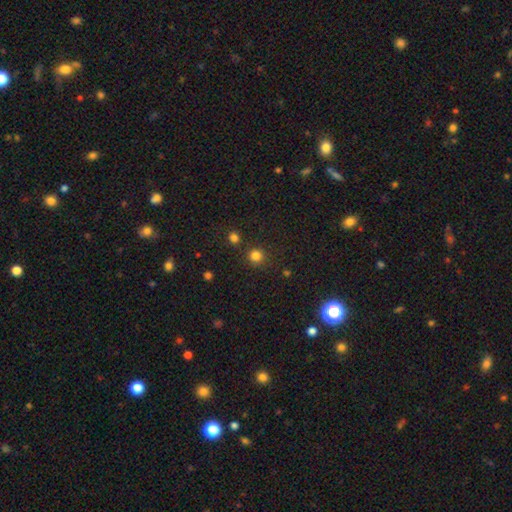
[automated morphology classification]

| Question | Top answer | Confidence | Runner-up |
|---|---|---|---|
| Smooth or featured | smooth | 80% | star or artifact (16%) |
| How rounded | round | 93% | in between (6%) |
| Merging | none | 84% | minor disturbance (7%) |